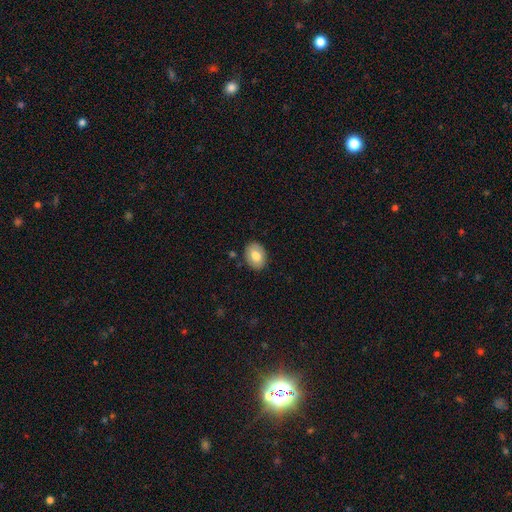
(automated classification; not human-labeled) Smooth or featured: smooth — 77% (featured or disk — 16%)
How rounded: in between — 70% (round — 29%)
Merging: none — 87% (minor disturbance — 10%)